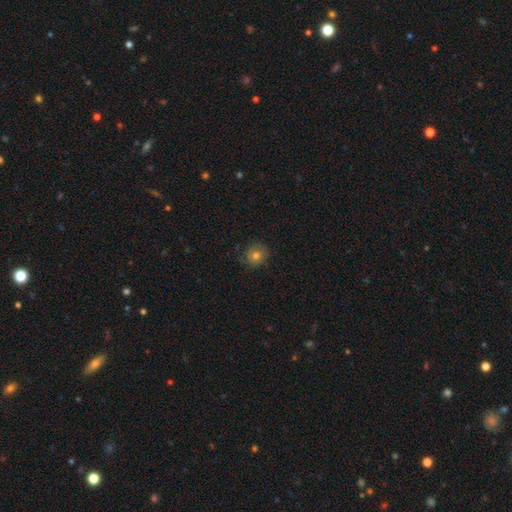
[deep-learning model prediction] smooth_or_featured: smooth (p=0.69) [alt: featured or disk p=0.19]
how_rounded: round (p=0.84) [alt: in between p=0.15]
merging: none (p=0.76) [alt: minor disturbance p=0.17]